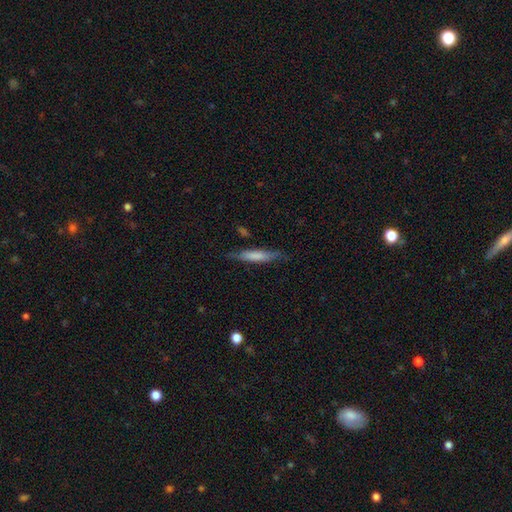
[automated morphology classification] Smooth or featured? smooth (65%)
How rounded? cigar-shaped (86%)
Merging? none (76%)